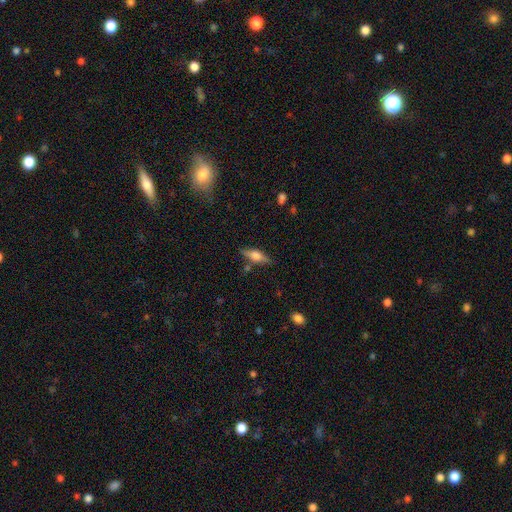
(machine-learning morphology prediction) Q: Smooth or featured?
A: featured or disk (54%); runner-up: smooth (39%)
Q: Edge-on disk?
A: yes (94%); runner-up: no (6%)
Q: Edge-on bulge?
A: rounded (86%); runner-up: boxy (11%)
Q: Merging?
A: none (80%); runner-up: minor disturbance (13%)